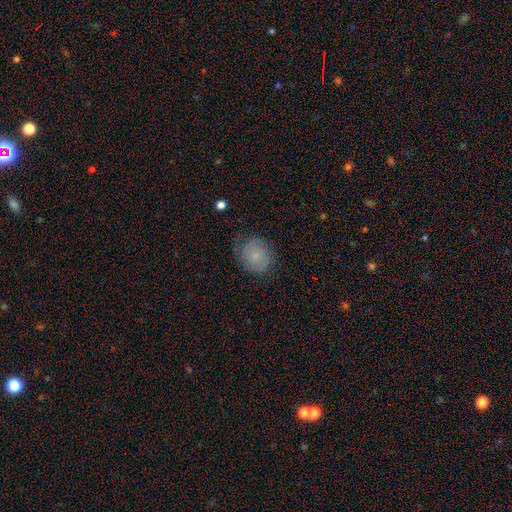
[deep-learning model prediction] Q: Smooth or featured?
A: smooth (69%); runner-up: featured or disk (22%)
Q: How rounded?
A: round (72%); runner-up: in between (27%)
Q: Merging?
A: none (71%); runner-up: minor disturbance (21%)